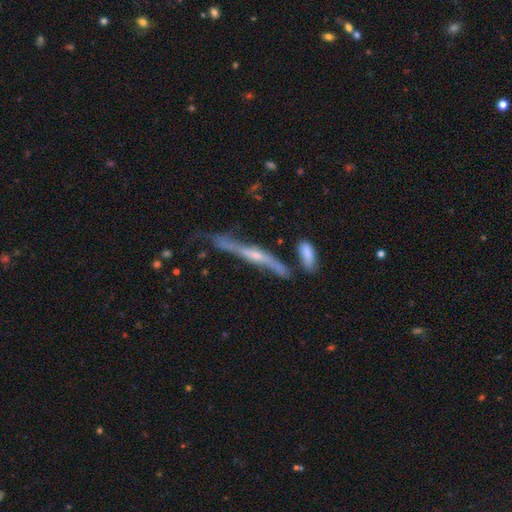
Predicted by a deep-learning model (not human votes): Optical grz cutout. It shows a featured or disk galaxy (75%) viewed edge-on (88%) with a rounded central bulge (69%). Merging: none (61%).